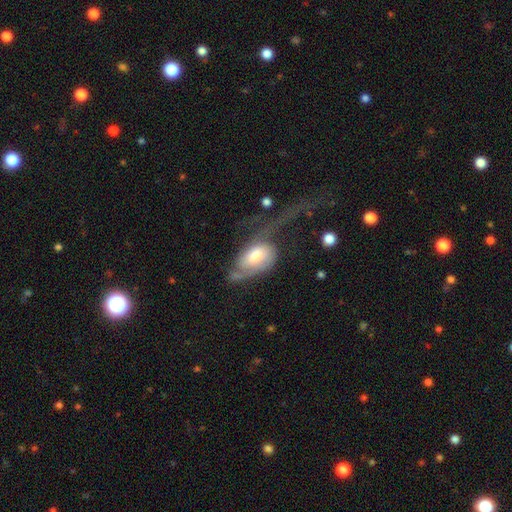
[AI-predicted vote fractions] Q: Smooth or featured?
A: featured or disk (59%); runner-up: smooth (35%)
Q: Edge-on disk?
A: no (93%); runner-up: yes (7%)
Q: Bar?
A: no (61%); runner-up: weak (31%)
Q: Spiral arms?
A: yes (78%); runner-up: no (22%)
Q: Bulge size?
A: moderate (49%); runner-up: large (31%)
Q: Merging?
A: major disturbance (63%); runner-up: none (18%)